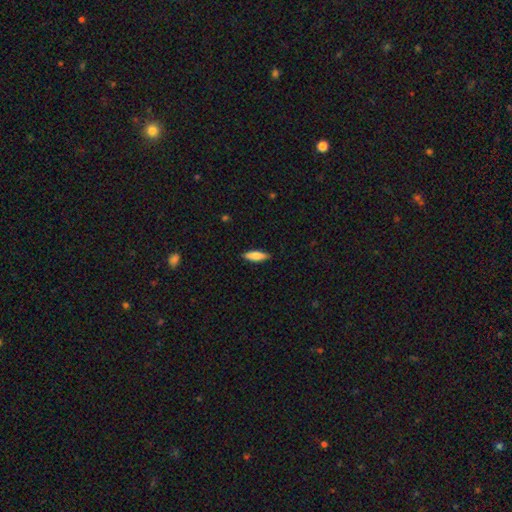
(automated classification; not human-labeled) The model was most divided on "how rounded": cigar-shaped: 50%, in between: 48%, round: 2%. More confident: merging — none (88%); smooth or featured — smooth (82%).